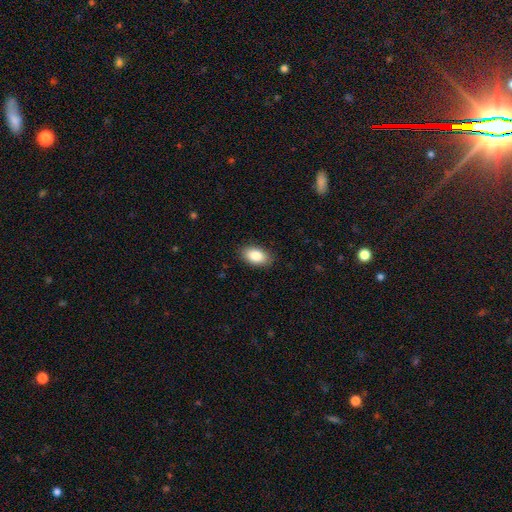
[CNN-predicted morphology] Overall: smooth (86%). How rounded: in between (92%). Merging: none (88%).